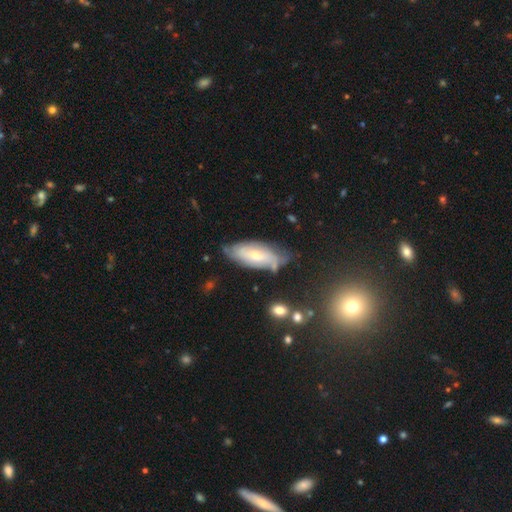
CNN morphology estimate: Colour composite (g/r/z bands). It shows a featured or disk galaxy (55%). Merging: none (64%).